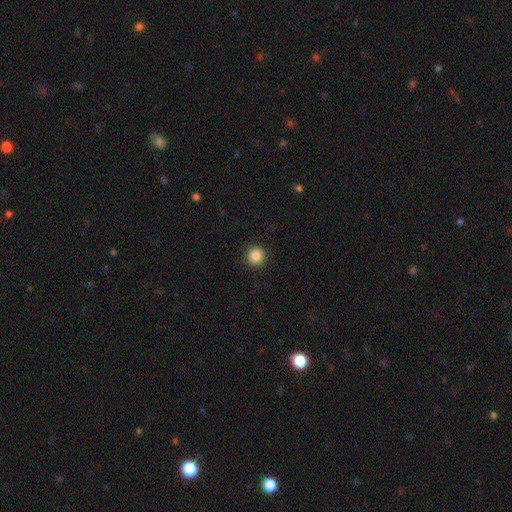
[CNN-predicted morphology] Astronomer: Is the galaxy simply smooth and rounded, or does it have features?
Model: smooth — 87%.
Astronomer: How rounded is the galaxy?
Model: round — 95%.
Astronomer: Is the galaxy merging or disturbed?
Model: none — 92%.